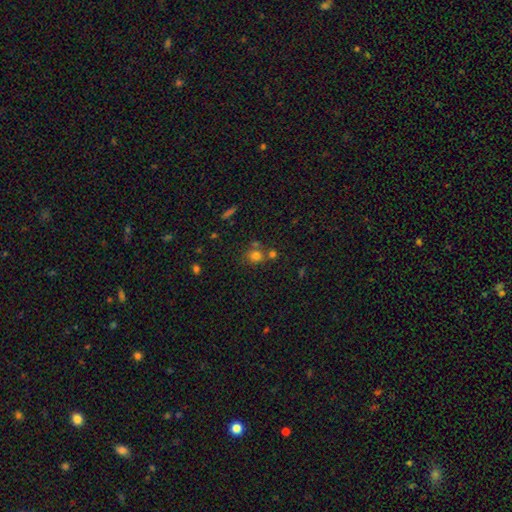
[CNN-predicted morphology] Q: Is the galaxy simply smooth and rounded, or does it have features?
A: smooth — 75%.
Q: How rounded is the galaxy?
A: round — 79%.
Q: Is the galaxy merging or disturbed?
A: none — 59%.